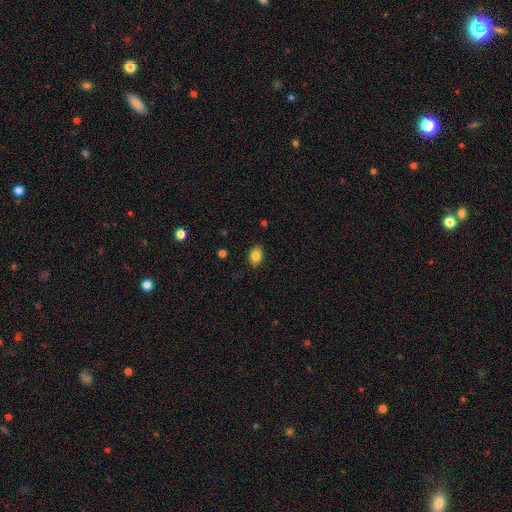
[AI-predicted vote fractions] A smooth galaxy with no disk features (83%) that is in between round and cigar-shaped (82%). Merging: none (86%).